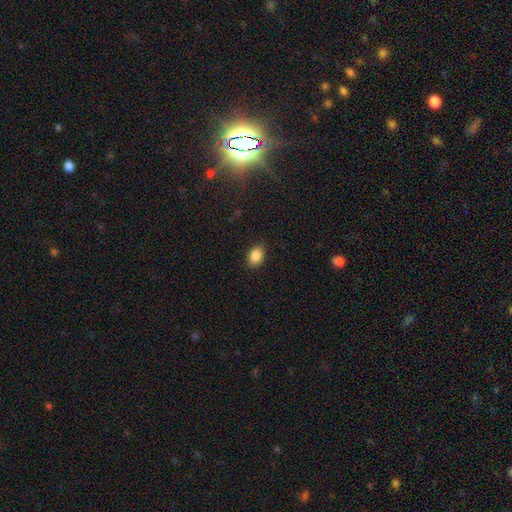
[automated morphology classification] Smooth or featured: smooth — 87% (star or artifact — 9%)
How rounded: in between — 82% (round — 16%)
Merging: none — 88% (minor disturbance — 9%)